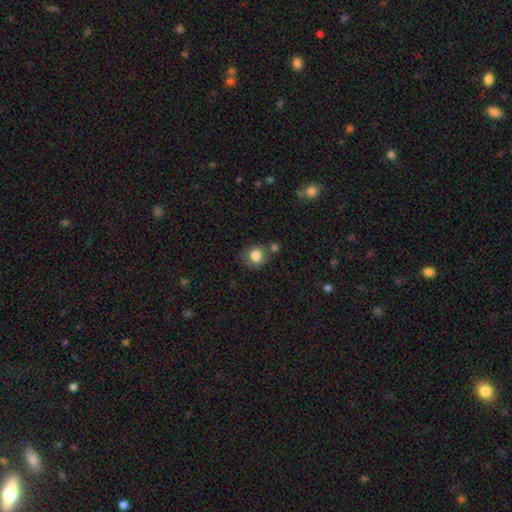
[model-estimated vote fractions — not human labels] smooth-or-featured: smooth: 82% | star or artifact: 9% | featured or disk: 9%
  how-rounded: round: 77% | in between: 22% | cigar-shaped: 1%
  merging: none: 65% | minor disturbance: 17% | merger: 13% | major disturbance: 6%